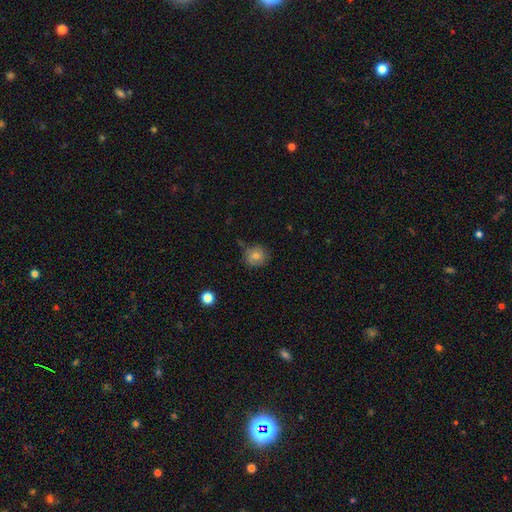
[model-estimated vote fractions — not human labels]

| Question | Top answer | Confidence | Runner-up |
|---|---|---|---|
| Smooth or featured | smooth | 71% | featured or disk (18%) |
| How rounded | round | 87% | in between (12%) |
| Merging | none | 71% | minor disturbance (21%) |